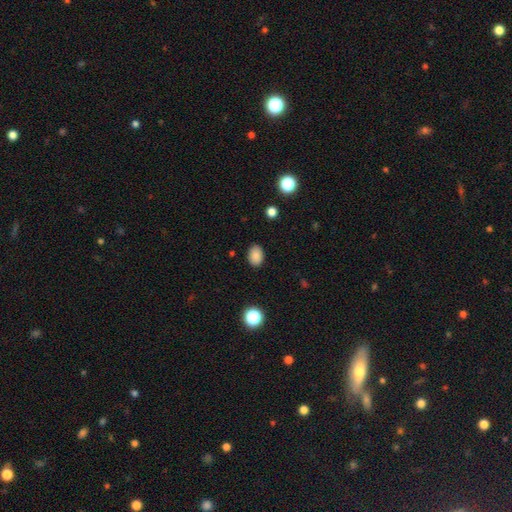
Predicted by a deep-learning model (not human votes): Smooth or featured: smooth — 86% (star or artifact — 10%)
How rounded: in between — 76% (round — 23%)
Merging: none — 88% (minor disturbance — 9%)